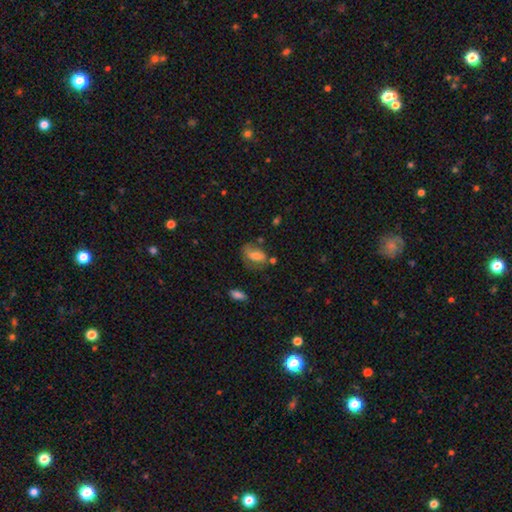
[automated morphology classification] Q: Smooth or featured?
A: smooth (61%); runner-up: featured or disk (29%)
Q: How rounded?
A: in between (83%); runner-up: round (11%)
Q: Merging?
A: none (49%); runner-up: minor disturbance (27%)